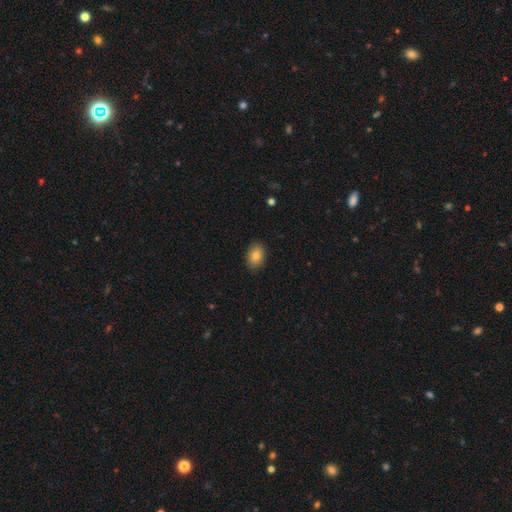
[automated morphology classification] A smooth galaxy with no disk features (83%) that is in between round and cigar-shaped (80%).

Vote fractions:
- Smooth or featured? smooth: 83% / featured or disk: 9% / star or artifact: 8%
- How rounded? in between: 80% / round: 19% / cigar-shaped: 1%
- Merging? none: 88% / minor disturbance: 9% / major disturbance: 2% / merger: 1%